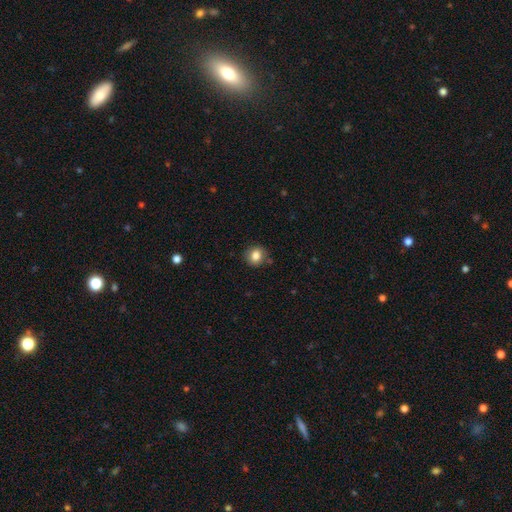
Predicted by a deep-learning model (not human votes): Smooth or featured? smooth (82%)
How rounded? round (82%)
Merging? none (83%)